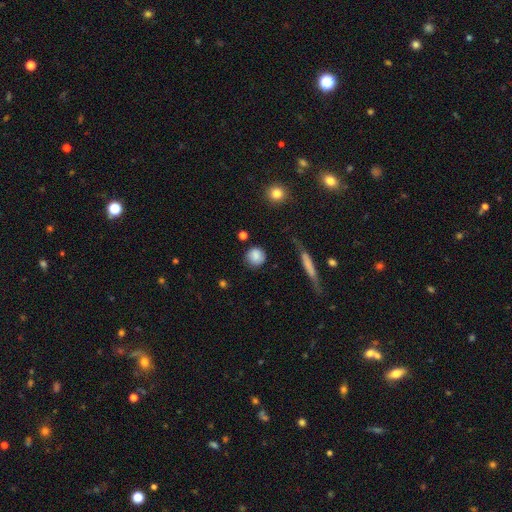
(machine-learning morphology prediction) The model was most divided on "merging": none: 82%, minor disturbance: 12%, major disturbance: 4%, merger: 3%. More confident: how rounded — round (91%); smooth or featured — smooth (84%).